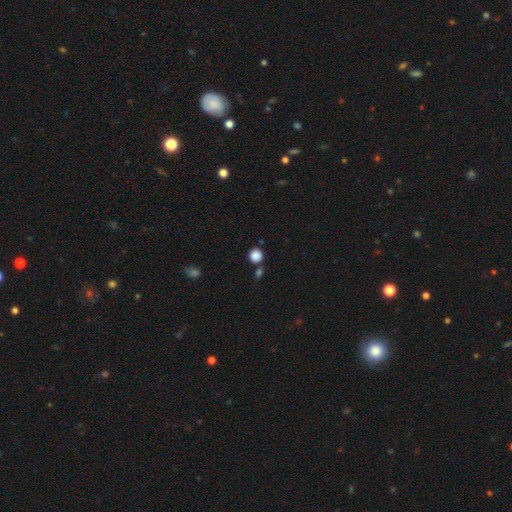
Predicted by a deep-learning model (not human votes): Smooth or featured? smooth (86%)
How rounded? round (90%)
Merging? none (74%)